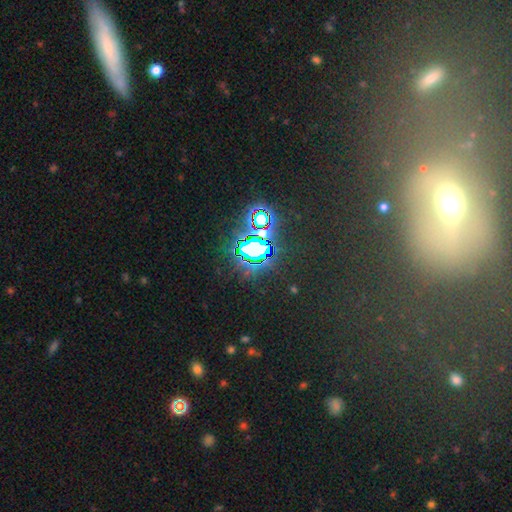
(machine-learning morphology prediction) smooth-or-featured: star or artifact: 77% | smooth: 14% | featured or disk: 9%